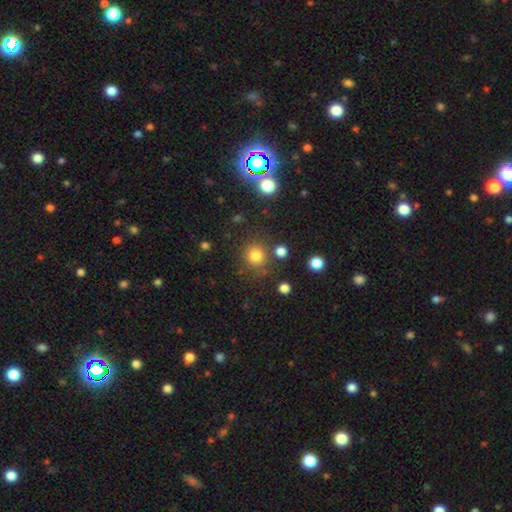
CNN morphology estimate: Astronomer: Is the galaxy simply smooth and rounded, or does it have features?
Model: smooth — 80%.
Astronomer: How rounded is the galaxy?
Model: round — 91%.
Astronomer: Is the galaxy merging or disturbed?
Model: none — 81%.